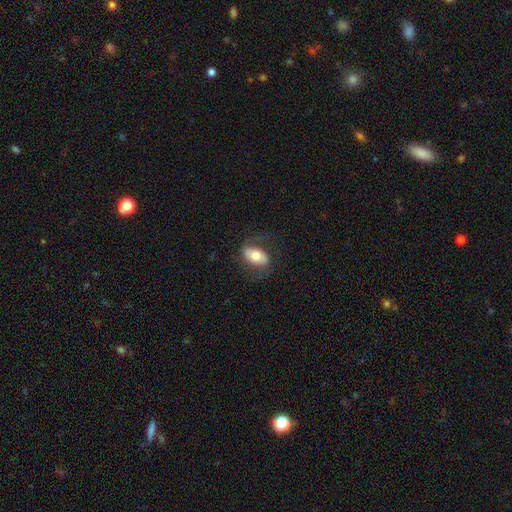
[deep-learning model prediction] smooth-or-featured: smooth: 54% | featured or disk: 39% | star or artifact: 7%
  how-rounded: in between: 89% | round: 8% | cigar-shaped: 3%
  merging: none: 69% | minor disturbance: 18% | major disturbance: 12% | merger: 1%